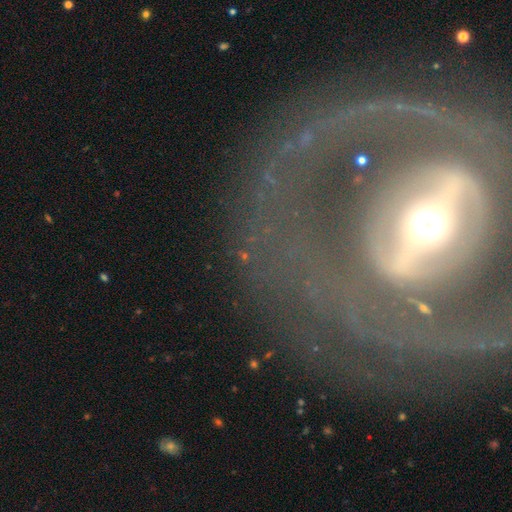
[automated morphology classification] smooth-or-featured: featured or disk: 83% | smooth: 10% | star or artifact: 7%
  disk-edge-on: no: 89% | yes: 11%
    bar: strong: 63% | weak: 22% | no: 15%
    has-spiral-arms: yes: 60% | no: 40%
    bulge-size: moderate: 57% | small: 23% | large: 16% | dominant: 3% | none: 1%
  merging: none: 72% | major disturbance: 15% | minor disturbance: 11% | merger: 2%